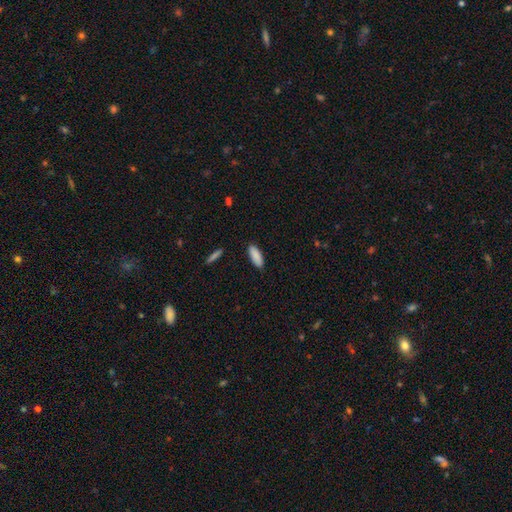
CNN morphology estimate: Smooth or featured: smooth — 89% (star or artifact — 6%)
How rounded: in between — 69% (cigar-shaped — 29%)
Merging: none — 88% (minor disturbance — 9%)